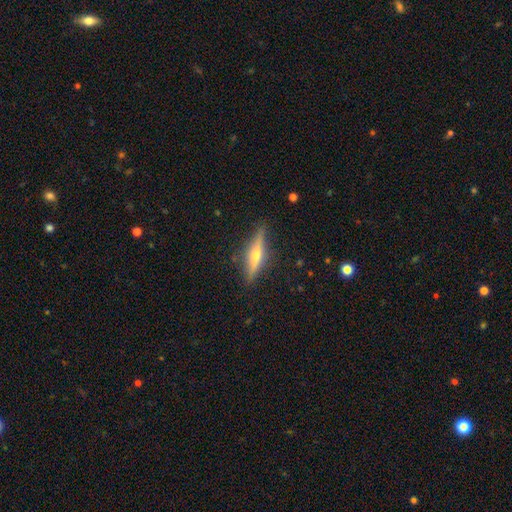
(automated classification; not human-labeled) Overall: featured or disk (65%; smooth 28%). Edge-on disk: yes (95%). Edge-on bulge: rounded (84%). Merging: none (86%).